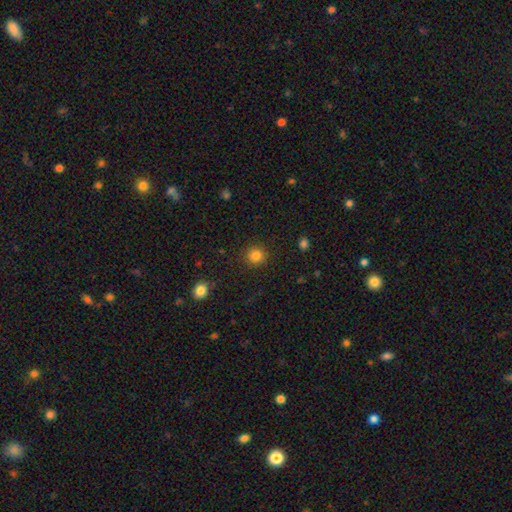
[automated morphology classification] smooth-or-featured: smooth: 84% | star or artifact: 12% | featured or disk: 4%
  how-rounded: round: 92% | in between: 7% | cigar-shaped: 1%
  merging: none: 90% | minor disturbance: 7% | major disturbance: 2% | merger: 1%